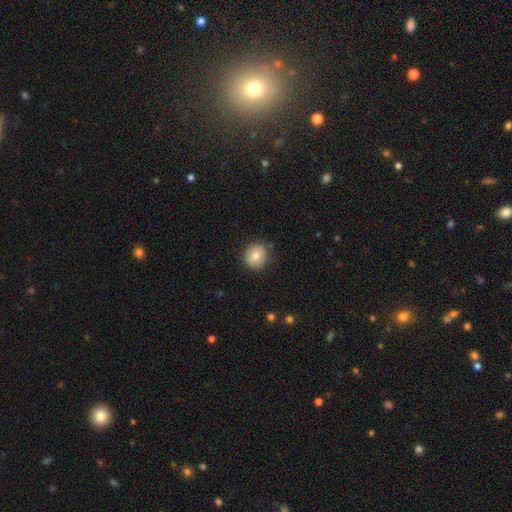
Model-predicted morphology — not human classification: This is likely a smooth galaxy (79%). How rounded: clearly round (82%). Merging: clearly none (84%).